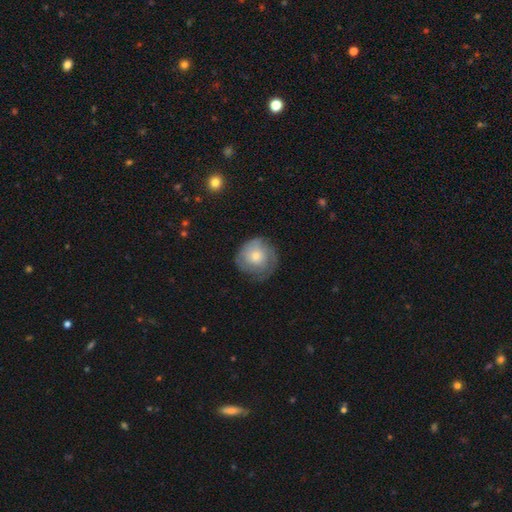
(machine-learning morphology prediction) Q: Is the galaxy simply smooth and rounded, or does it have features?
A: smooth — 57%.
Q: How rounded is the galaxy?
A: round — 90%.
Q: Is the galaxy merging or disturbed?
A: none — 67%.